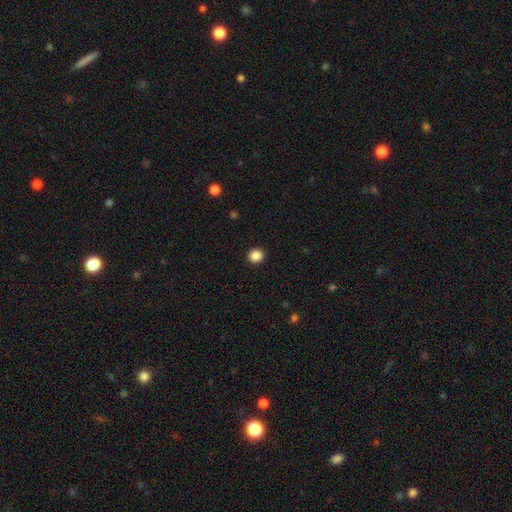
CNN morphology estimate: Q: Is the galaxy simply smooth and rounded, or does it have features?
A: smooth — 87%.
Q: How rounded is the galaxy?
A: round — 88%.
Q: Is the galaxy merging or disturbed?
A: none — 93%.